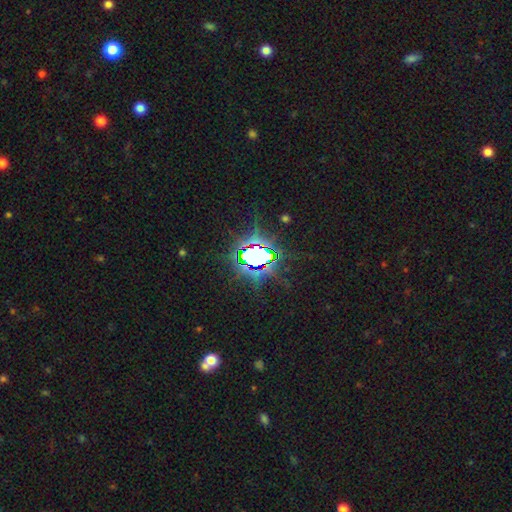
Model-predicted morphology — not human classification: The model was most divided on "smooth or featured": star or artifact: 78%, smooth: 12%, featured or disk: 10%.